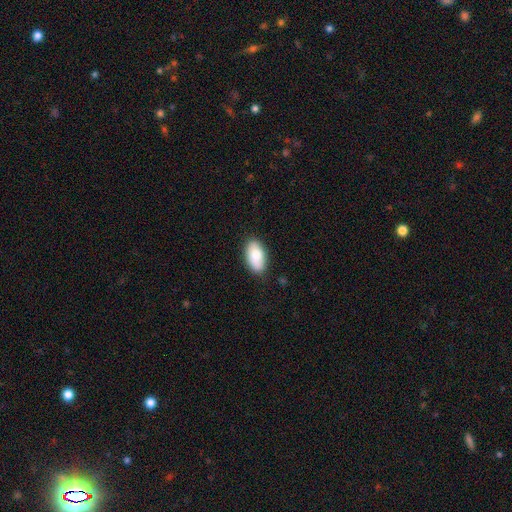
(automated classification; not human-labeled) A smooth galaxy with no disk features (80%) that is in between round and cigar-shaped (94%). Merging: none (82%).